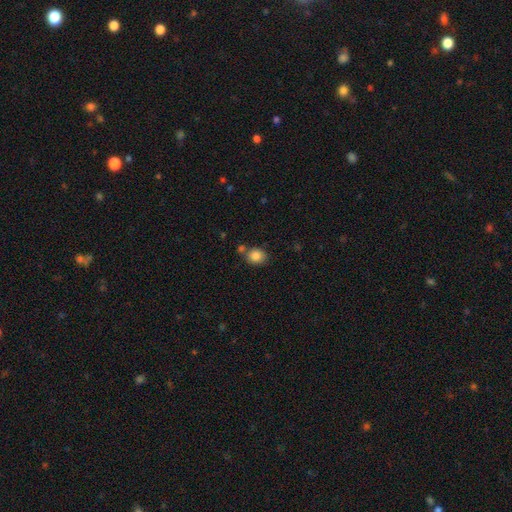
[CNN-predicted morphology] type=smooth (85%); roundness=round (62%); merging=none (68%).